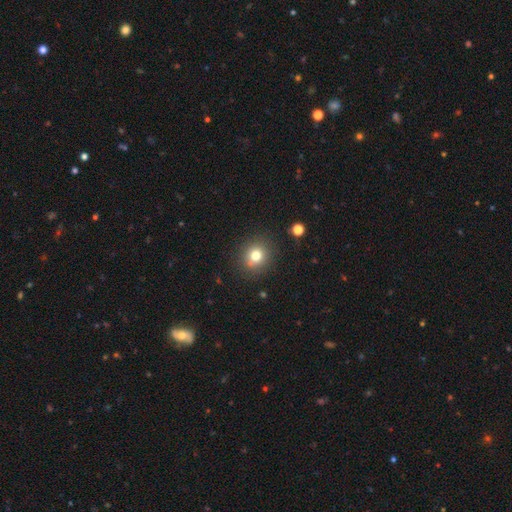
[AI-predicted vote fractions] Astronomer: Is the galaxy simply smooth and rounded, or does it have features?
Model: smooth — 76%.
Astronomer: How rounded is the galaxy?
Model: round — 80%.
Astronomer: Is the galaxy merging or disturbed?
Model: none — 84%.